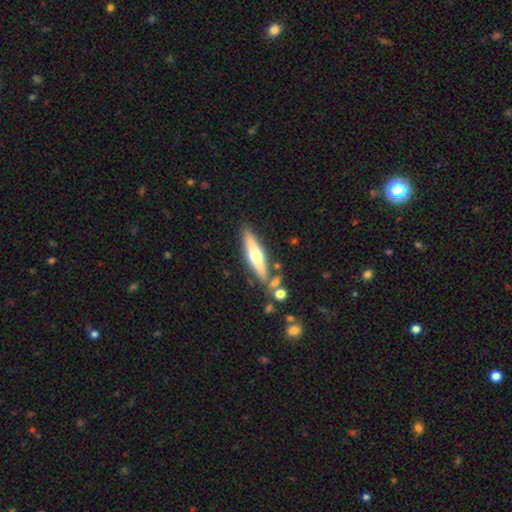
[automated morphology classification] A featured or disk galaxy (52%) viewed edge-on (91%). Merging: none (77%).